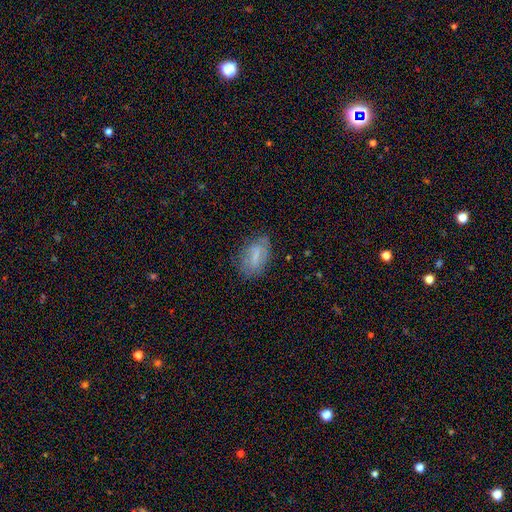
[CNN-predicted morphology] A smooth galaxy with no disk features (54%) that is in between round and cigar-shaped (88%).

Vote fractions:
- Smooth or featured? smooth: 54% / featured or disk: 35% / star or artifact: 11%
- How rounded? in between: 88% / round: 7% / cigar-shaped: 5%
- Merging? none: 67% / minor disturbance: 23% / major disturbance: 8% / merger: 2%